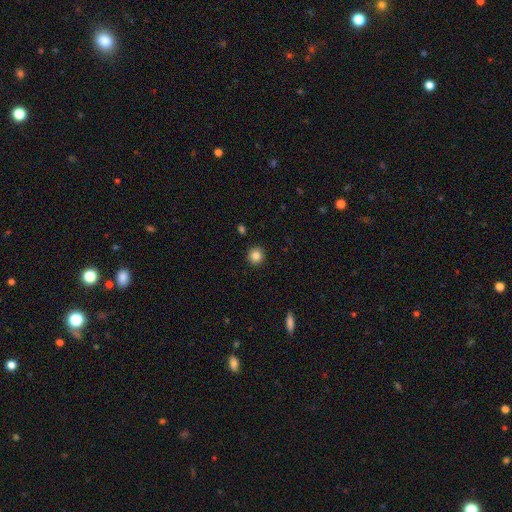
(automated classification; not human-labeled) A smooth galaxy with no disk features (85%) that is round (93%). Merging: none (92%).